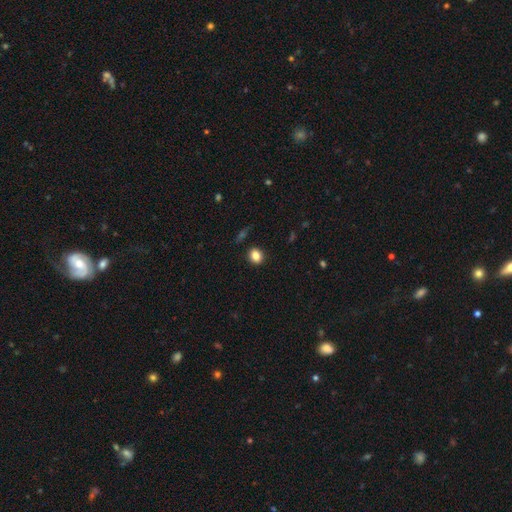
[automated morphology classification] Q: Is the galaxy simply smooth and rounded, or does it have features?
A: smooth — 83%.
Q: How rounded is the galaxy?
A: round — 63%.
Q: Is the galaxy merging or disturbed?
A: none — 88%.